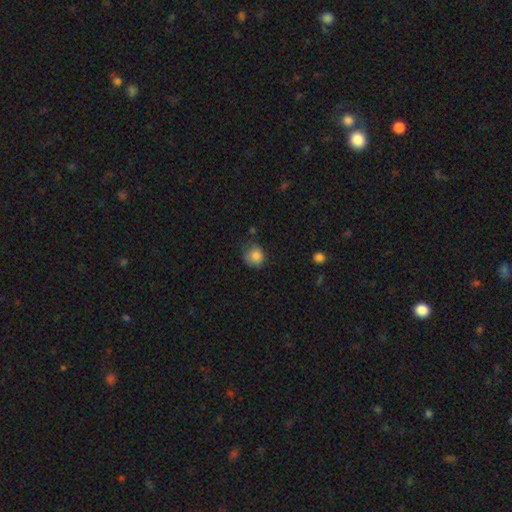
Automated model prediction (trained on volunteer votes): Smooth or featured: smooth — 84% (star or artifact — 10%)
How rounded: round — 81% (in between — 18%)
Merging: none — 64% (minor disturbance — 27%)